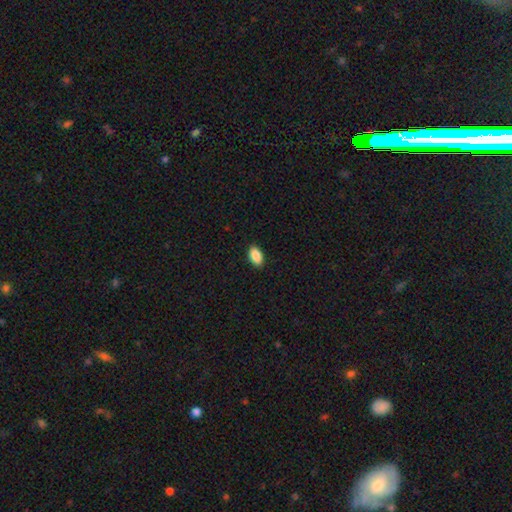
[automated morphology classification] smooth-or-featured: smooth: 90% | star or artifact: 7% | featured or disk: 3%
  how-rounded: in between: 93% | round: 5% | cigar-shaped: 2%
  merging: none: 89% | minor disturbance: 8% | major disturbance: 2% | merger: 1%